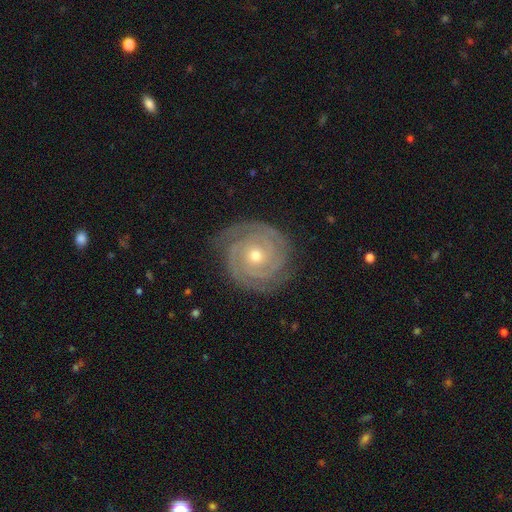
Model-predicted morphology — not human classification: Overall: featured or disk (91%). Edge-on disk: no (98%). Bar: no (73%). Spiral arms: yes (98%). Spiral arm count: 2 (60%). Spiral winding: tight (86%). Bulge size: moderate (51%; small 47%). Merging: none (83%).